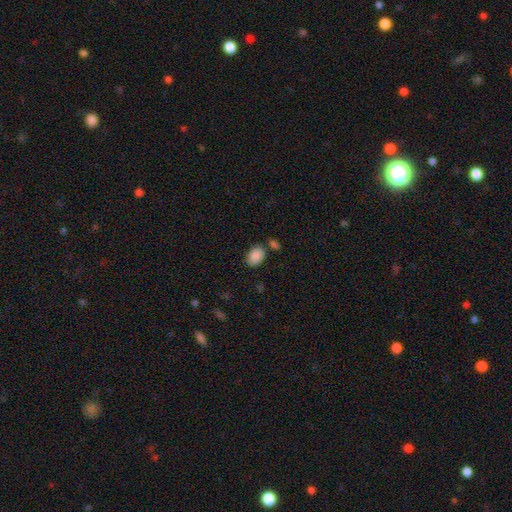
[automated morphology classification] A smooth galaxy with no disk features (89%) that is in between round and cigar-shaped (83%).

Vote fractions:
- Smooth or featured? smooth: 89% / star or artifact: 7% / featured or disk: 4%
- How rounded? in between: 83% / round: 15% / cigar-shaped: 1%
- Merging? none: 72% / minor disturbance: 15% / merger: 9% / major disturbance: 4%